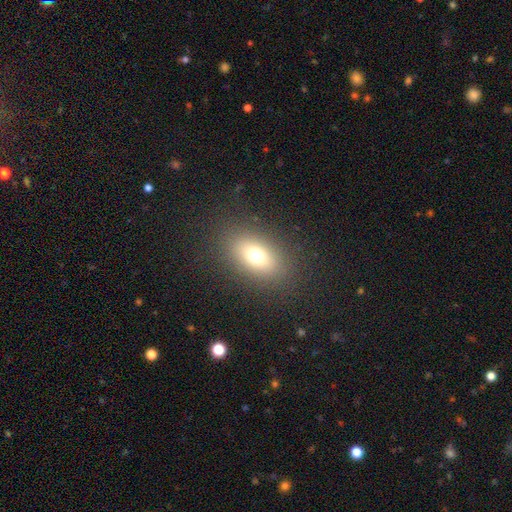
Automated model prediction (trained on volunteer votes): Smooth or featured: smooth — 71% (featured or disk — 15%)
How rounded: in between — 76% (round — 21%)
Merging: none — 85% (minor disturbance — 9%)